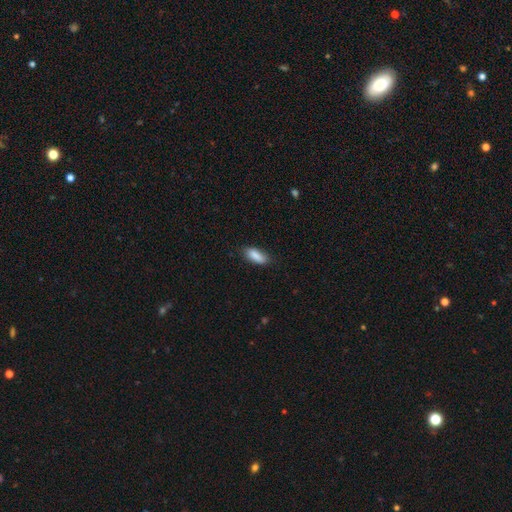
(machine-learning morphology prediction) Q: Smooth or featured?
A: smooth (87%); runner-up: star or artifact (7%)
Q: How rounded?
A: in between (79%); runner-up: cigar-shaped (19%)
Q: Merging?
A: none (77%); runner-up: minor disturbance (19%)